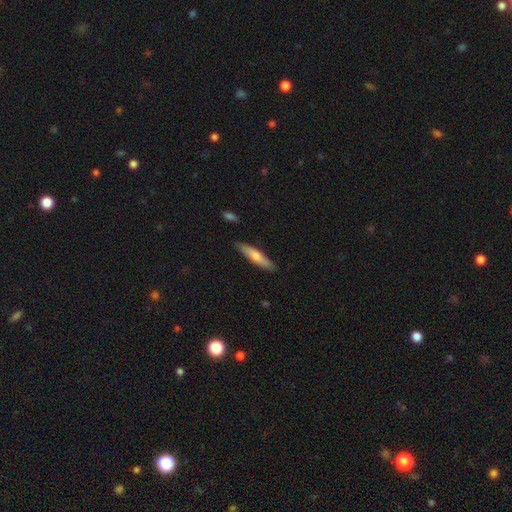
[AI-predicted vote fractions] A smooth galaxy with no disk features (61%) that is cigar-shaped (86%). Merging: none (87%).